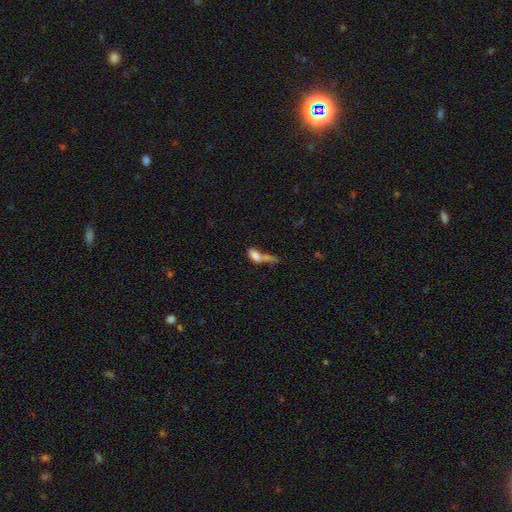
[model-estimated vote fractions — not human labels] A smooth galaxy with no disk features (68%) that is in between round and cigar-shaped (73%). Merging: merger (47%).